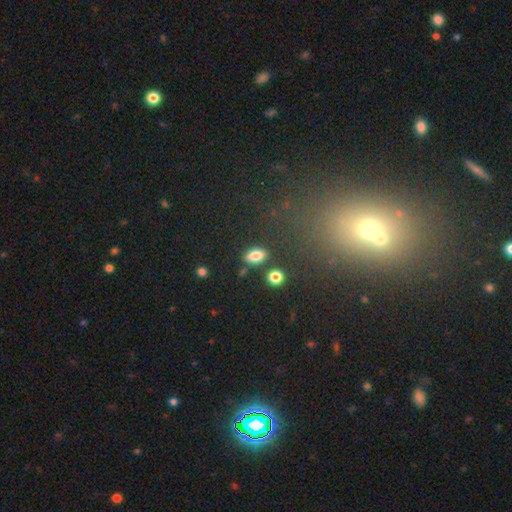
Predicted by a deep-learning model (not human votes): Morphology: type=smooth (83%); roundness=in between (88%); merging=none (78%).